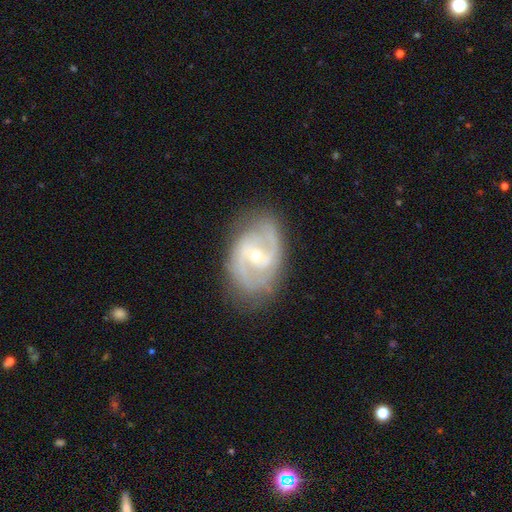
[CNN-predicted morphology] type=featured or disk (86%); edge-on=no (97%); bar=weak (44%); spiral arms=yes (95%); winding=medium (52%); arm count=2 (80%); bulge=small (66%); merging=none (79%).